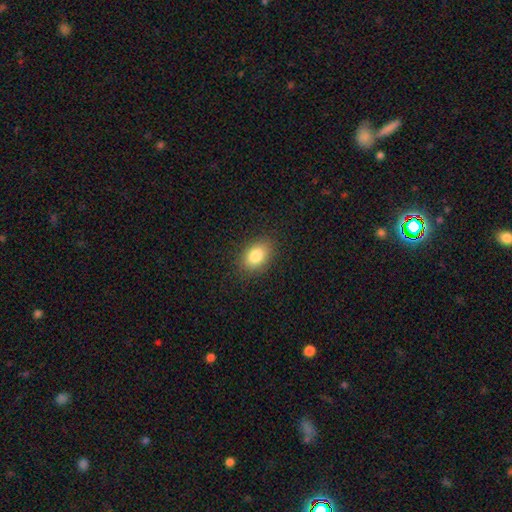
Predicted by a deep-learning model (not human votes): smooth 84%, star or artifact 9%, featured or disk 7%. Down the decision tree: how rounded — in between (82%); merging — none (86%).